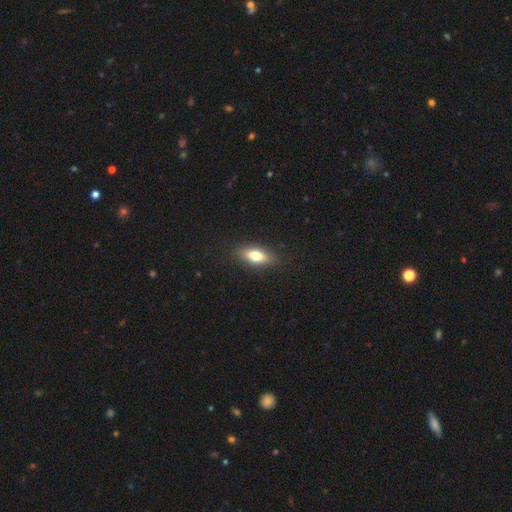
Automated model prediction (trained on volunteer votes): This appears to be a smooth galaxy with no disk features (72%) that is in between round and cigar-shaped (74%). Merging: none (87%).